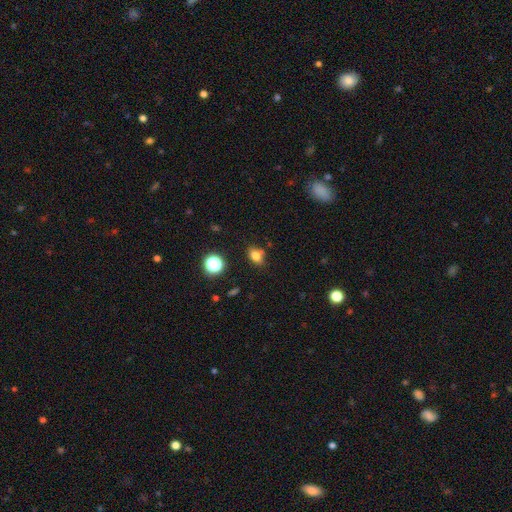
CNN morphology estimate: smooth-or-featured: smooth: 77% | star or artifact: 15% | featured or disk: 9%
  how-rounded: in between: 72% | round: 26% | cigar-shaped: 2%
  merging: none: 71% | minor disturbance: 16% | merger: 9% | major disturbance: 4%